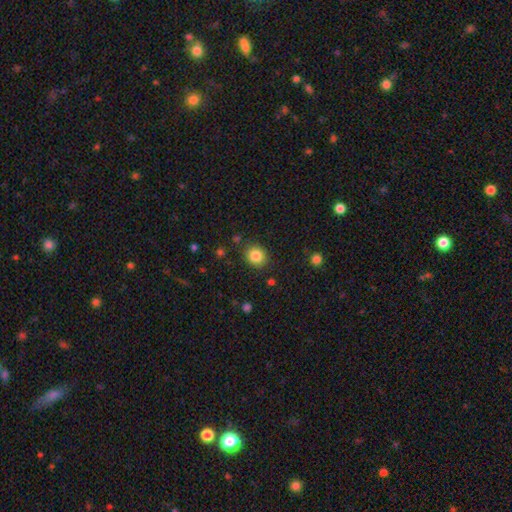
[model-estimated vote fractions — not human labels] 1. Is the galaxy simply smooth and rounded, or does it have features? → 84% smooth, 10% star or artifact, 5% featured or disk.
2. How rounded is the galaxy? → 77% round, 22% in between, 1% cigar-shaped.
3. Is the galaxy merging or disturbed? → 86% none, 9% minor disturbance, 3% major disturbance, 2% merger.